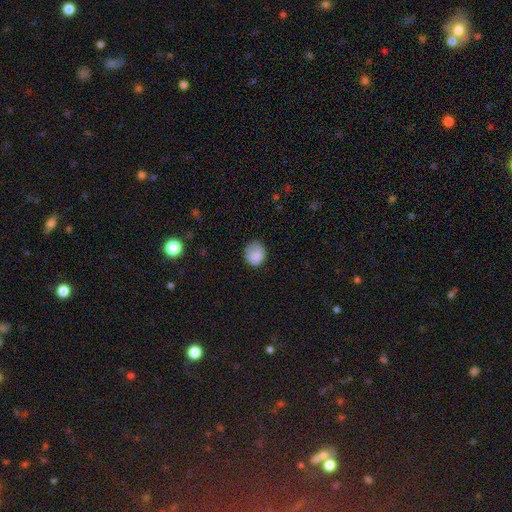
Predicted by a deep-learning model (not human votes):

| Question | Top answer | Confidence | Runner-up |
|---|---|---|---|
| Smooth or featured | smooth | 85% | star or artifact (9%) |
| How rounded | round | 75% | in between (24%) |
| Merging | none | 69% | minor disturbance (23%) |